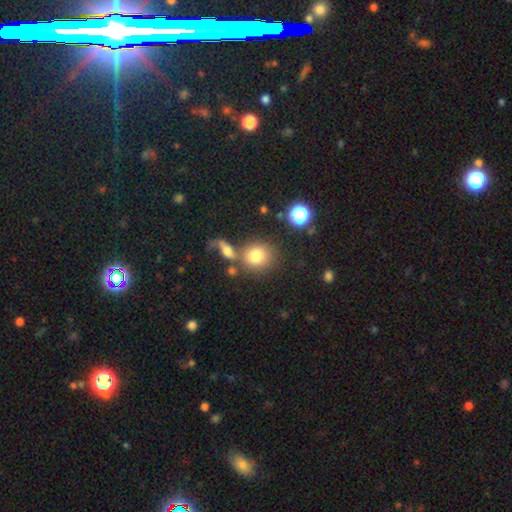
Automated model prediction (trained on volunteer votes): Smooth or featured?
  - smooth: 77% *
  - featured or disk: 12%
  - star or artifact: 11%
How rounded?
  - round: 82% *
  - in between: 17%
  - cigar-shaped: 1%
Merging?
  - none: 63% *
  - merger: 20%
  - minor disturbance: 11%
  - major disturbance: 6%